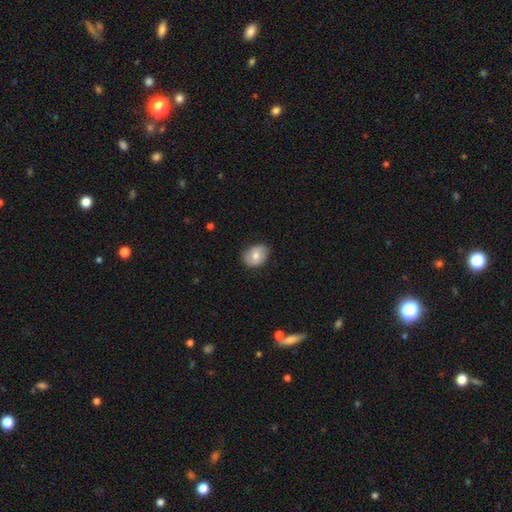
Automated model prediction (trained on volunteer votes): smooth_or_featured: smooth (p=0.72) [alt: featured or disk p=0.21]
how_rounded: in between (p=0.66) [alt: round p=0.33]
merging: none (p=0.81) [alt: minor disturbance p=0.15]